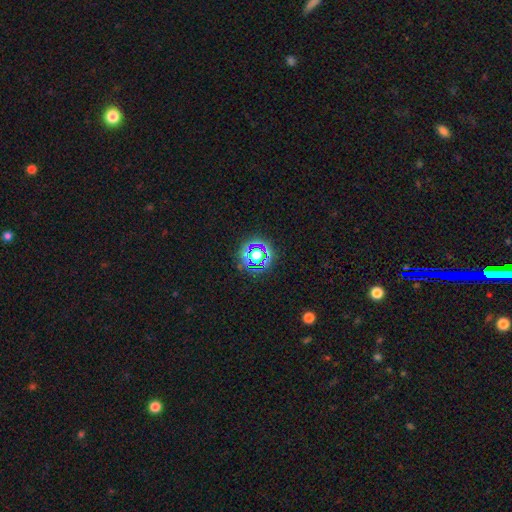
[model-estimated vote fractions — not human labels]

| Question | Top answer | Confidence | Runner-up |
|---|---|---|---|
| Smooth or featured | star or artifact | 56% | smooth (32%) |